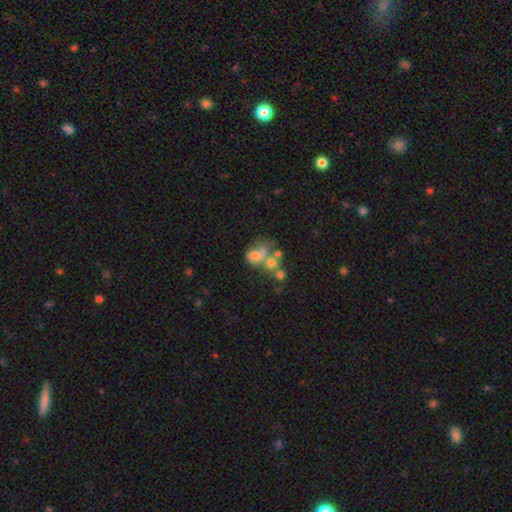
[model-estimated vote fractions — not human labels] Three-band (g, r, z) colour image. It shows a smooth galaxy with no disk features (54%) that is in between round and cigar-shaped (60%). Merging: merger (48%).